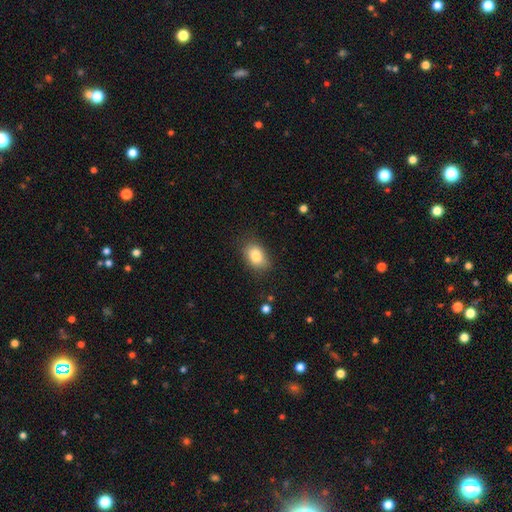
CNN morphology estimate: The model was most divided on "how rounded": in between: 80%, round: 19%, cigar-shaped: 1%. More confident: smooth or featured — smooth (83%); merging — none (82%).